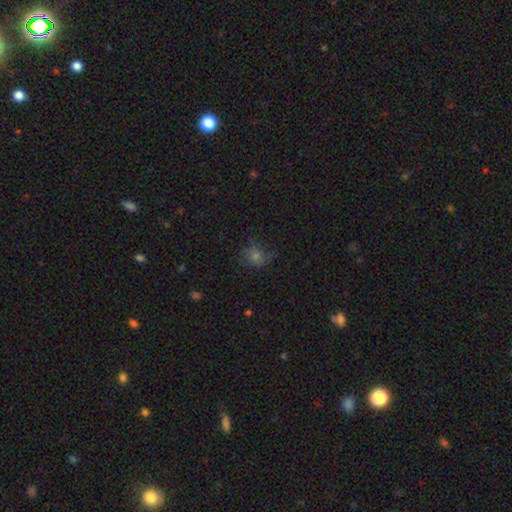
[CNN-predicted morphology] This is possibly a smooth galaxy (52%). How rounded: likely round (71%). Merging: likely none (63%).